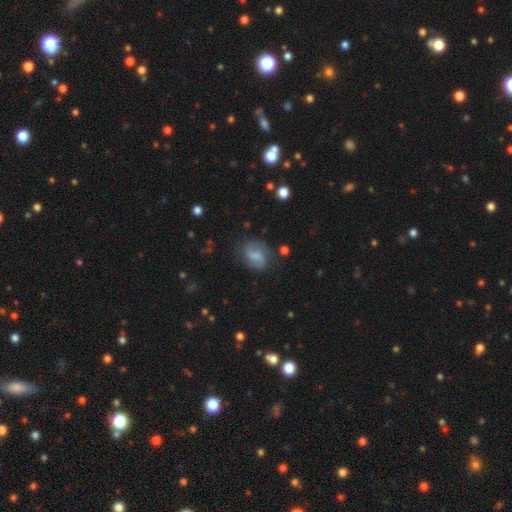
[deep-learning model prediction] Smooth or featured? Predicted: featured or disk (p=0.54). Edge-on disk? Predicted: no (p=0.97). Bar? Predicted: weak (p=0.50). Spiral arms? Predicted: yes (p=0.88). Bulge size? Predicted: none (p=0.34). Merging? Predicted: none (p=0.69).